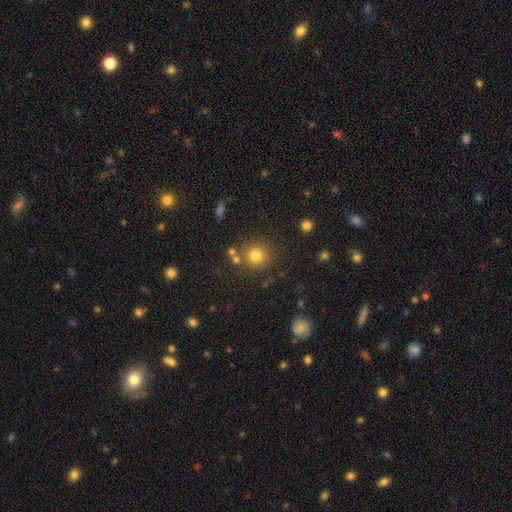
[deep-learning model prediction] smooth-or-featured: smooth: 78% | star or artifact: 14% | featured or disk: 7%
  how-rounded: round: 91% | in between: 8% | cigar-shaped: 1%
  merging: none: 78% | minor disturbance: 10% | merger: 9% | major disturbance: 4%